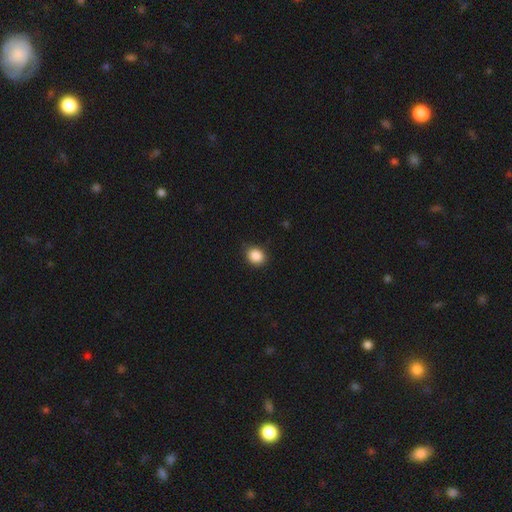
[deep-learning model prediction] This is clearly a smooth galaxy (88%). How rounded: likely round (61%). Merging: clearly none (81%).